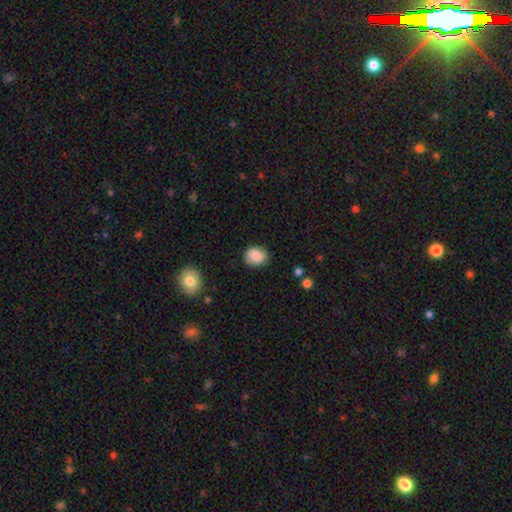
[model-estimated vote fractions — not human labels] smooth-or-featured: smooth: 88% | star or artifact: 8% | featured or disk: 4%
  how-rounded: round: 62% | in between: 37% | cigar-shaped: 1%
  merging: none: 83% | minor disturbance: 13% | major disturbance: 3% | merger: 1%